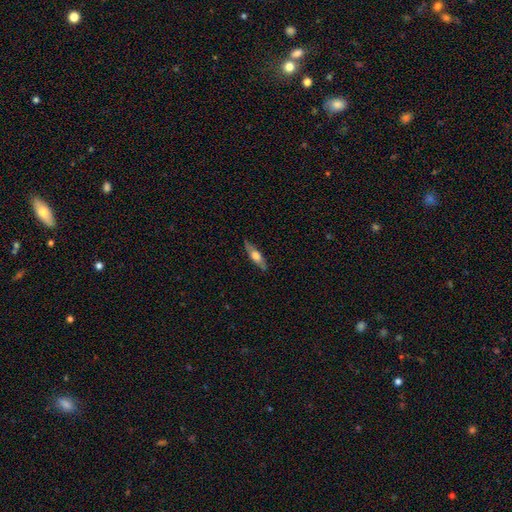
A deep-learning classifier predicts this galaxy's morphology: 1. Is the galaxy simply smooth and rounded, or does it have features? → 49% featured or disk, 46% smooth, 6% star or artifact.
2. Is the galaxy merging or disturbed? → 84% none, 13% minor disturbance, 2% major disturbance, 1% merger.